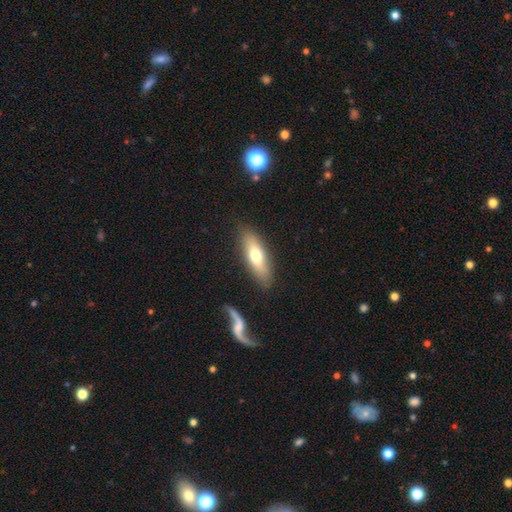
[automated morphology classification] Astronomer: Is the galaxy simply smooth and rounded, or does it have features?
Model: smooth — 64%.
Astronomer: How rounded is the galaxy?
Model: in between — 53% (runner-up: cigar-shaped, 45%).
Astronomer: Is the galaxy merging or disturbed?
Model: none — 84%.